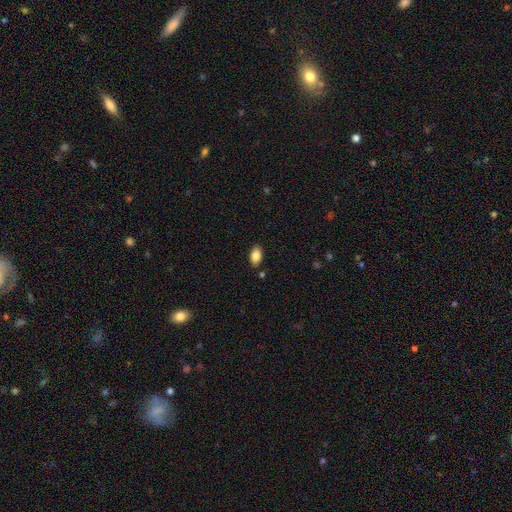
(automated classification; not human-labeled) Overall: smooth (86%). How rounded: in between (92%). Merging: none (86%).